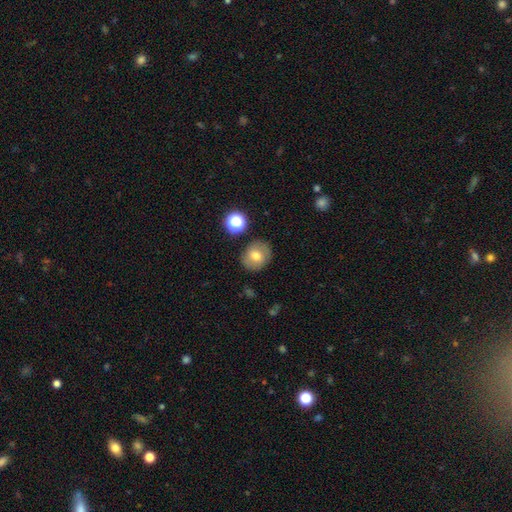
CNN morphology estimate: Smooth or featured? smooth (71%)
How rounded? round (70%)
Merging? none (83%)